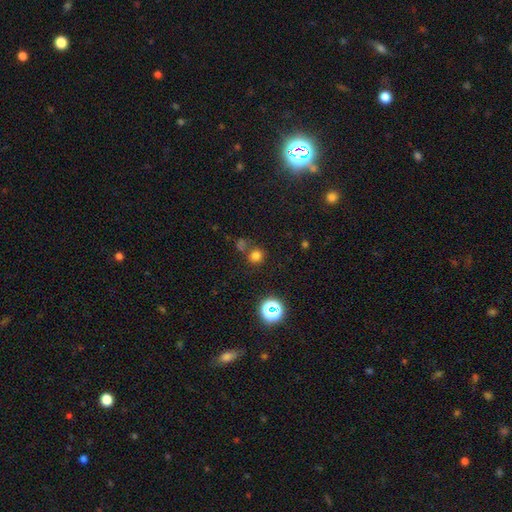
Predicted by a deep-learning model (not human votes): smooth 71%, star or artifact 23%, featured or disk 6%. Down the decision tree: how rounded — round (90%); merging — none (71%).